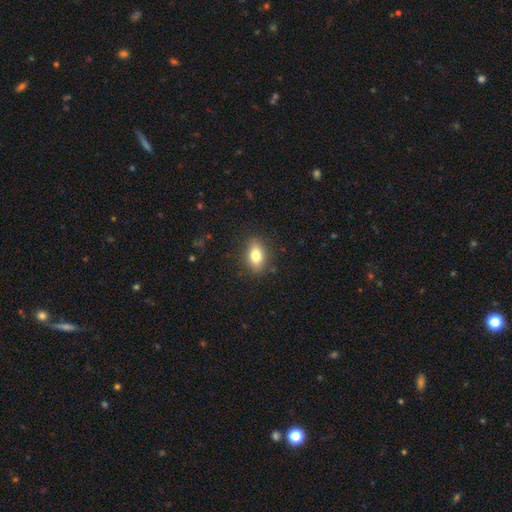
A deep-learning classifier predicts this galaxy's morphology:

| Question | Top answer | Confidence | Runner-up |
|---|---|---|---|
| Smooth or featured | smooth | 78% | featured or disk (13%) |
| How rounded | in between | 82% | round (14%) |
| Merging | none | 86% | minor disturbance (10%) |